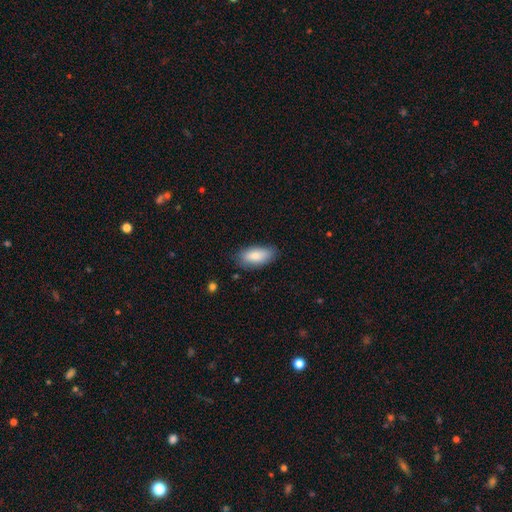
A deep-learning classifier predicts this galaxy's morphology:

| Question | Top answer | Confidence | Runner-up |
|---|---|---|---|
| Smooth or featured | smooth | 85% | featured or disk (9%) |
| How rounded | in between | 88% | cigar-shaped (10%) |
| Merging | none | 79% | minor disturbance (17%) |